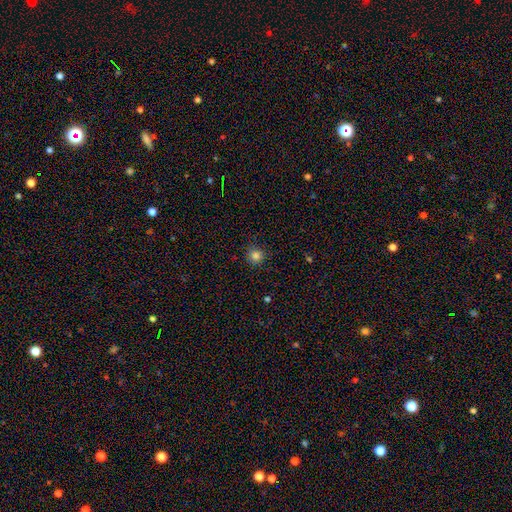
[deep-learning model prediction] Morphology: type=smooth (82%); roundness=round (93%); merging=none (89%).